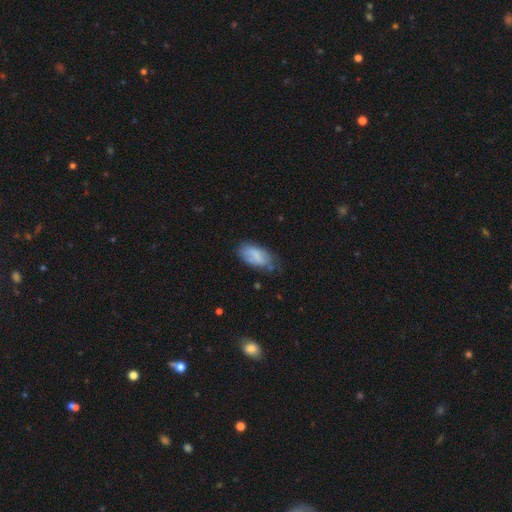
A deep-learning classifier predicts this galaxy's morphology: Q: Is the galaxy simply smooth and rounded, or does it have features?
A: smooth — 69%.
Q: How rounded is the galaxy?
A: in between — 92%.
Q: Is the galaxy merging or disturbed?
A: none — 50%.